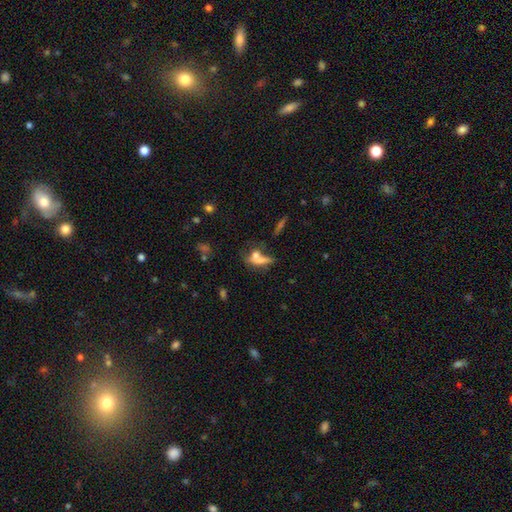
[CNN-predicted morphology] Overall: smooth (59%; featured or disk 26%). How rounded: in between (47%; cigar-shaped 35%). Merging: none (38%; merger 34%).